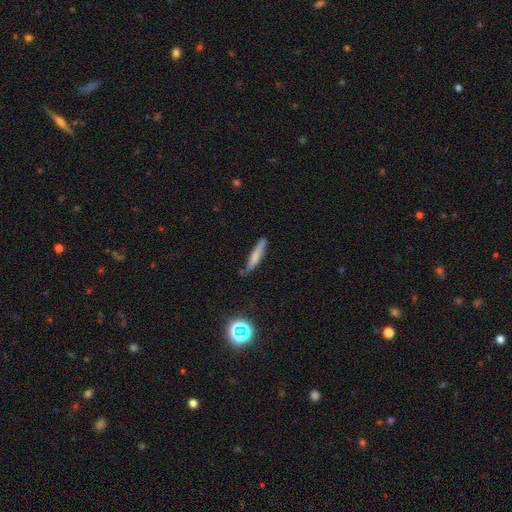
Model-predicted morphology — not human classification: type=smooth (71%); roundness=cigar-shaped (91%); merging=none (75%).